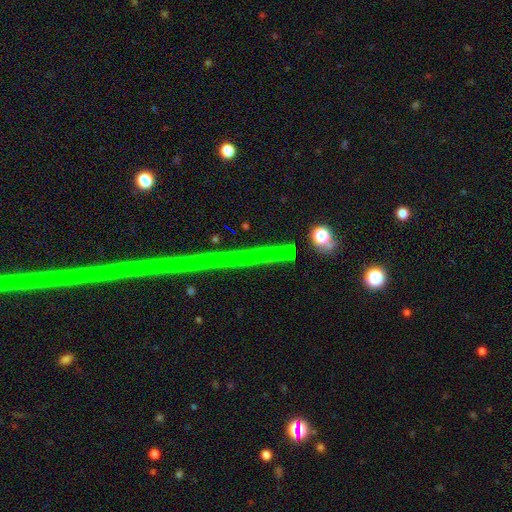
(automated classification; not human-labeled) A star or artifact, not a galaxy (74%).